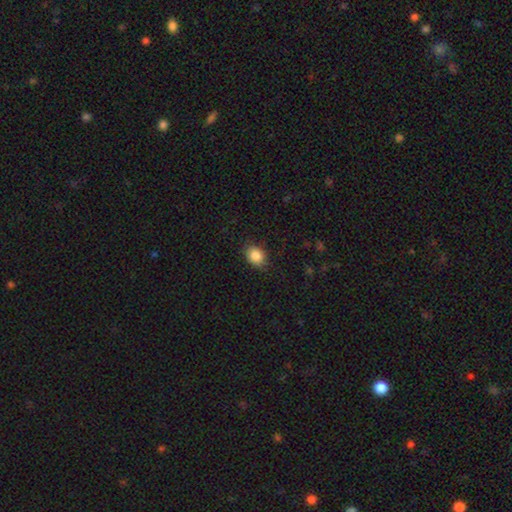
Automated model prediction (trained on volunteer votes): Q: Smooth or featured?
A: smooth (87%); runner-up: star or artifact (8%)
Q: How rounded?
A: in between (68%); runner-up: round (31%)
Q: Merging?
A: none (83%); runner-up: minor disturbance (13%)